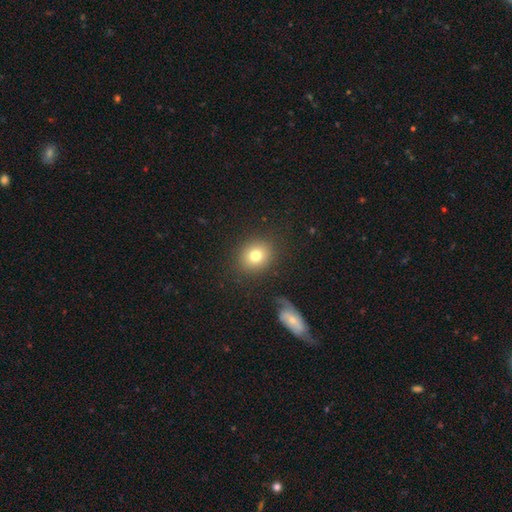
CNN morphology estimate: The model was most divided on "how rounded": round: 71%, in between: 28%, cigar-shaped: 1%. More confident: merging — none (84%); smooth or featured — smooth (78%).